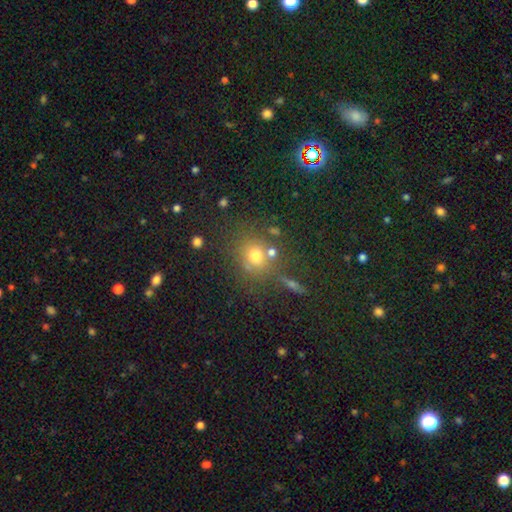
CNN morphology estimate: smooth_or_featured: smooth (p=0.69) [alt: star or artifact p=0.20]
how_rounded: round (p=0.79) [alt: in between p=0.20]
merging: none (p=0.67) [alt: merger p=0.14]